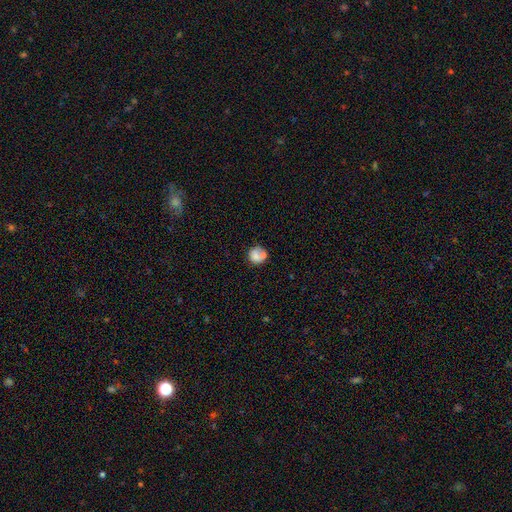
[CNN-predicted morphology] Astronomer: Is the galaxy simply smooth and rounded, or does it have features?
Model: smooth — 70%.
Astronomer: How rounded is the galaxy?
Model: round — 81%.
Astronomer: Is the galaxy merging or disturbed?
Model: none — 47% (runner-up: merger, 29%).